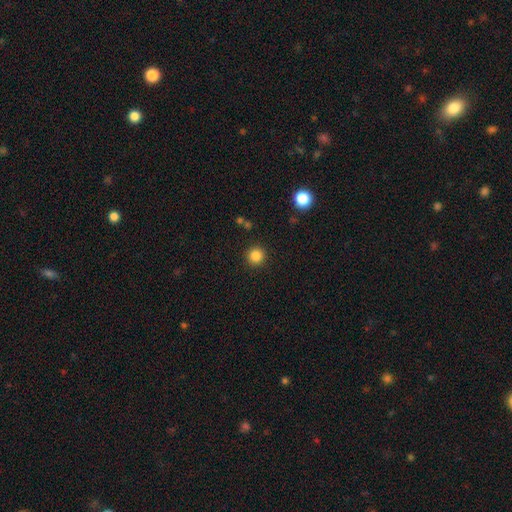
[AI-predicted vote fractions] Smooth or featured?
  - smooth: 84% *
  - star or artifact: 11%
  - featured or disk: 4%
How rounded?
  - round: 95% *
  - in between: 4%
  - cigar-shaped: 1%
Merging?
  - none: 91% *
  - minor disturbance: 6%
  - major disturbance: 2%
  - merger: 2%